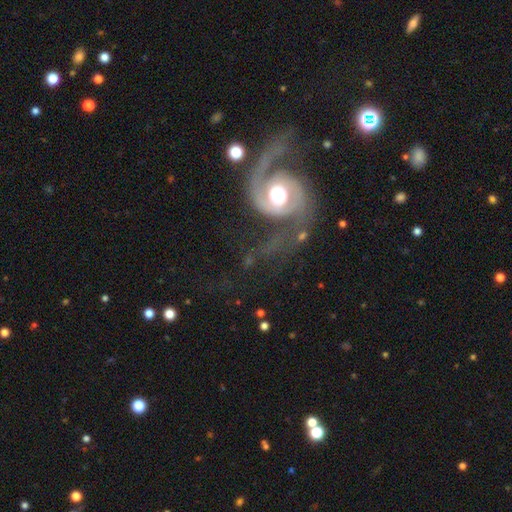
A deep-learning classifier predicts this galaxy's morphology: The model was most divided on "spiral winding": medium: 52%, loose: 34%, tight: 14%. More confident: edge-on disk — no (98%); spiral arms — yes (97%); spiral arm count — 2 (93%); smooth or featured — featured or disk (90%); bulge size — moderate (61%); merging — none (59%); bar — no (55%).